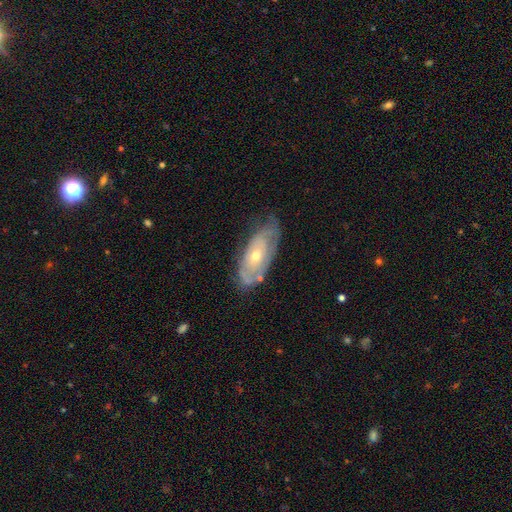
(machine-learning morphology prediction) Smooth or featured?
  - featured or disk: 67% *
  - smooth: 27%
  - star or artifact: 6%
Edge-on disk?
  - no: 87% *
  - yes: 13%
Bar?
  - no: 81% *
  - weak: 15%
  - strong: 4%
Spiral arms?
  - yes: 60% *
  - no: 40%
Bulge size?
  - small: 50% *
  - moderate: 46%
  - large: 2%
  - none: 1%
  - dominant: 1%
Merging?
  - none: 61% *
  - minor disturbance: 27%
  - major disturbance: 9%
  - merger: 2%